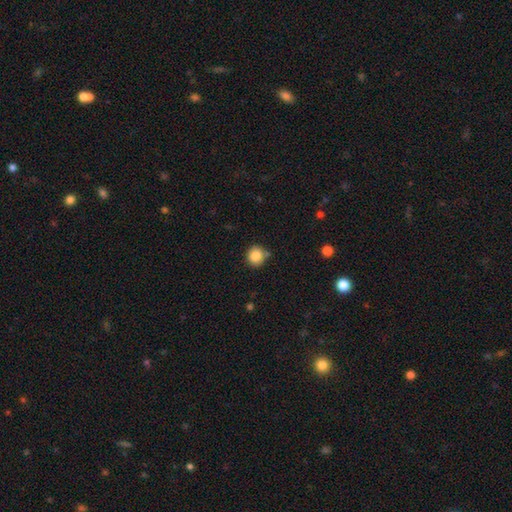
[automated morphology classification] A smooth galaxy with no disk features (86%) that is round (90%).

Vote fractions:
- Smooth or featured? smooth: 86% / star or artifact: 10% / featured or disk: 5%
- How rounded? round: 90% / in between: 9% / cigar-shaped: 1%
- Merging? none: 78% / minor disturbance: 12% / merger: 7% / major disturbance: 3%